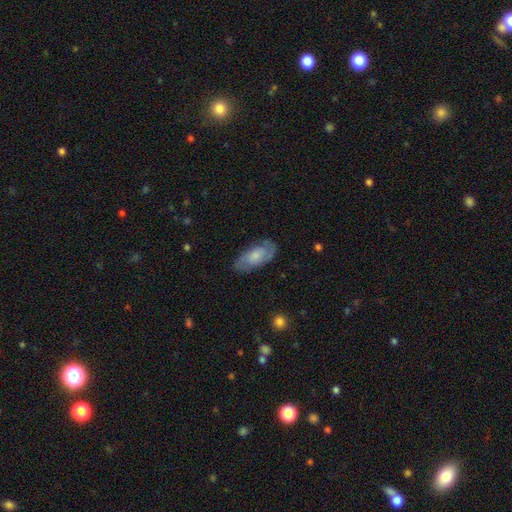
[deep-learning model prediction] Morphology: type=smooth (49%); merging=none (77%).